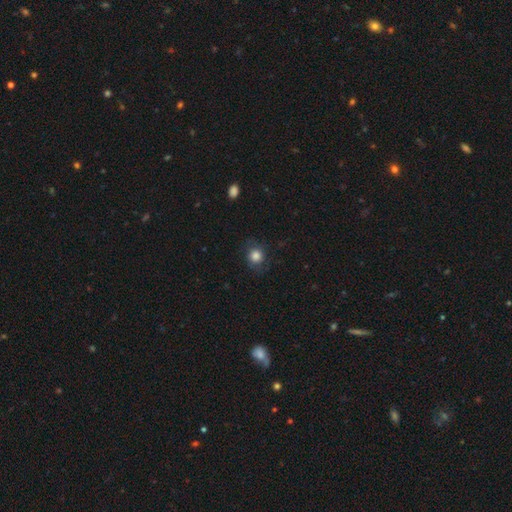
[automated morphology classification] Smooth or featured? smooth (81%)
How rounded? round (83%)
Merging? none (77%)